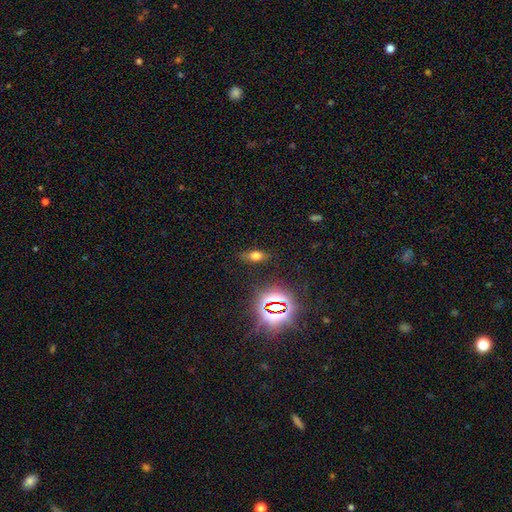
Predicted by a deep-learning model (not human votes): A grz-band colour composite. It shows a smooth galaxy with no disk features (62%) that is in between round and cigar-shaped (76%). Merging: none (83%).